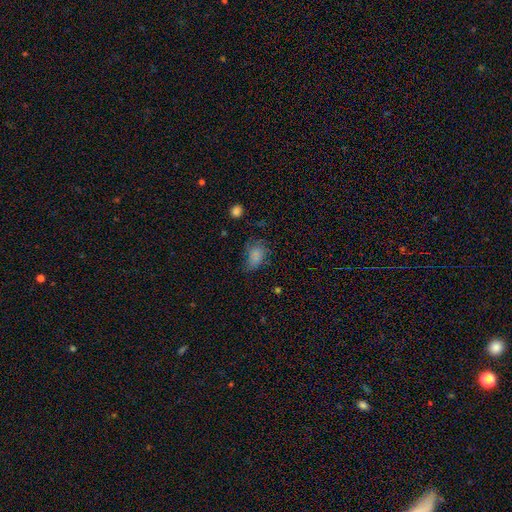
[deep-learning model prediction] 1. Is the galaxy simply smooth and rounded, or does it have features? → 67% smooth, 19% star or artifact, 14% featured or disk.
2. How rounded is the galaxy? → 72% in between, 26% round, 2% cigar-shaped.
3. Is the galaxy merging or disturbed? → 65% none, 23% minor disturbance, 9% major disturbance, 2% merger.